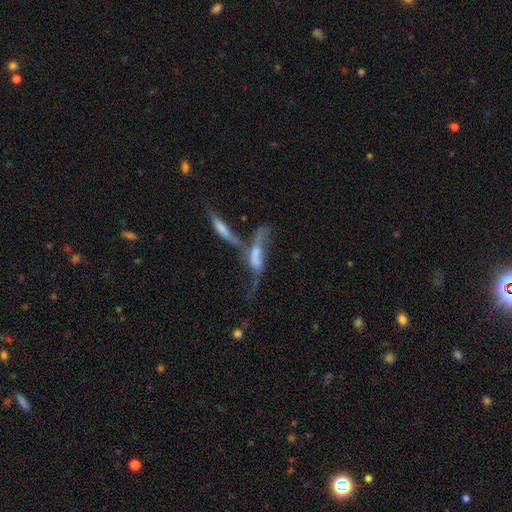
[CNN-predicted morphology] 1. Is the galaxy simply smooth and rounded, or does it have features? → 58% featured or disk, 31% smooth, 11% star or artifact.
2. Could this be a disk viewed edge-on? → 70% no, 30% yes.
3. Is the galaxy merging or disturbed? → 66% merger, 15% major disturbance, 12% none, 7% minor disturbance.